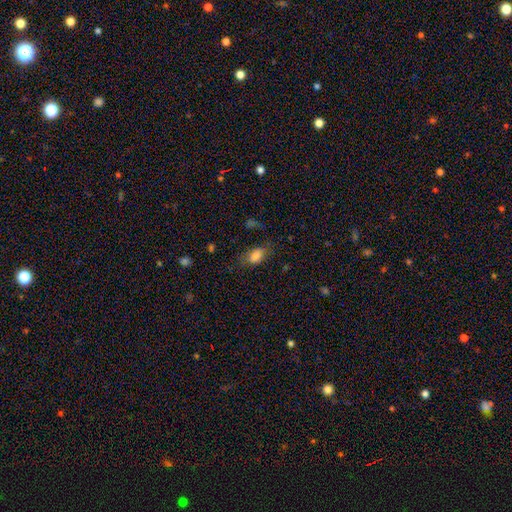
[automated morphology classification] Overall: smooth (81%). How rounded: in between (89%). Merging: none (60%; minor disturbance 24%).